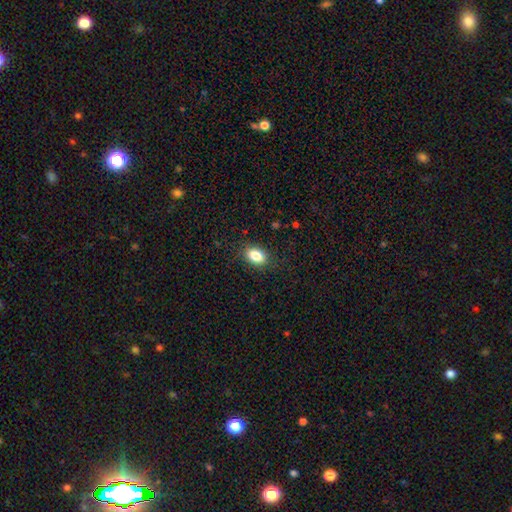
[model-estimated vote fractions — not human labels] The model was most divided on "how rounded": in between: 84%, round: 15%, cigar-shaped: 2%. More confident: merging — none (86%); smooth or featured — smooth (85%).